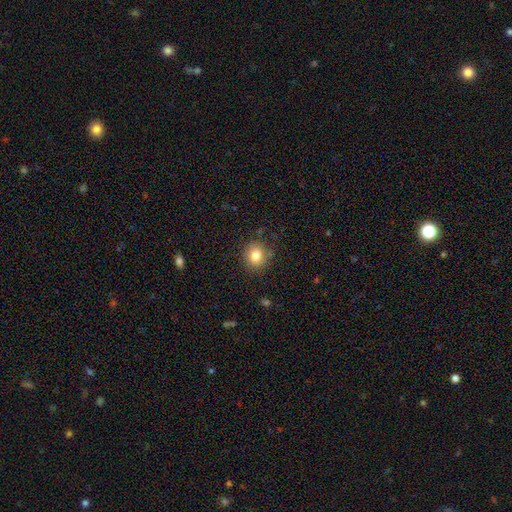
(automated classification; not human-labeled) Morphology: type=smooth (80%); roundness=round (83%); merging=none (85%).